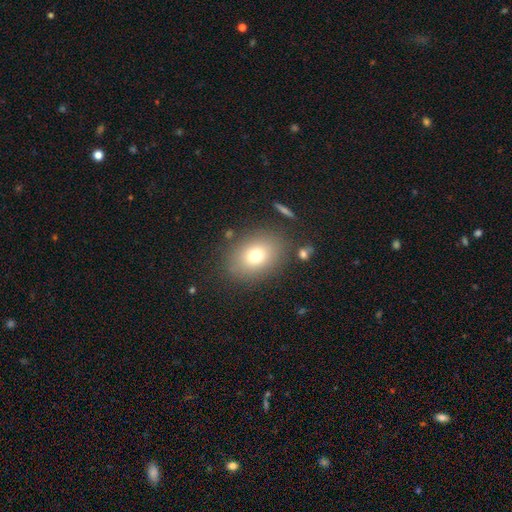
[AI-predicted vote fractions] Overall: smooth (74%). How rounded: in between (65%; round 34%). Merging: none (82%).